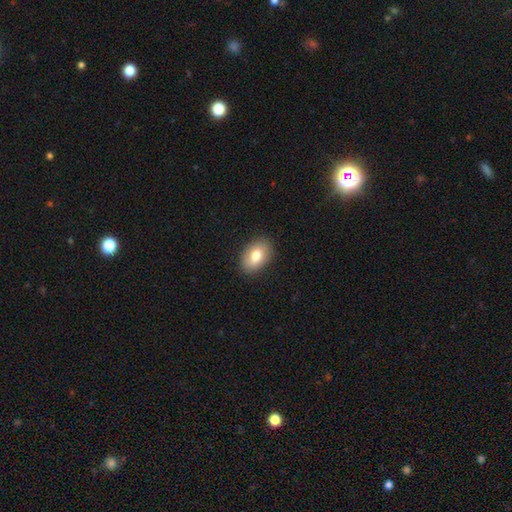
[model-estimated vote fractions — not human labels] This appears to be a smooth galaxy with no disk features (79%) that is in between round and cigar-shaped (87%). Merging: none (87%).